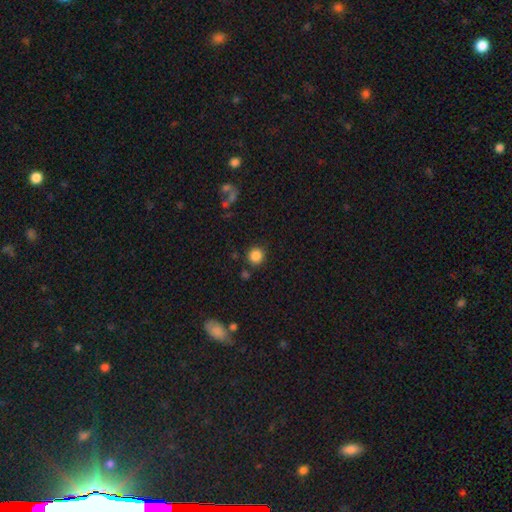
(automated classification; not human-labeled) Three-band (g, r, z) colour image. It shows a smooth galaxy with no disk features (86%) that is round (92%). Merging: none (85%).